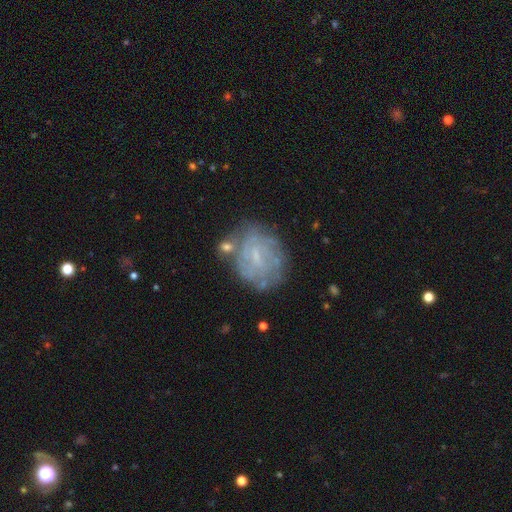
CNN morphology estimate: A featured or disk galaxy (60%) with a weak bar (47%), spiral arms (66%) and a small central bulge (61%). Merging: none (67%).